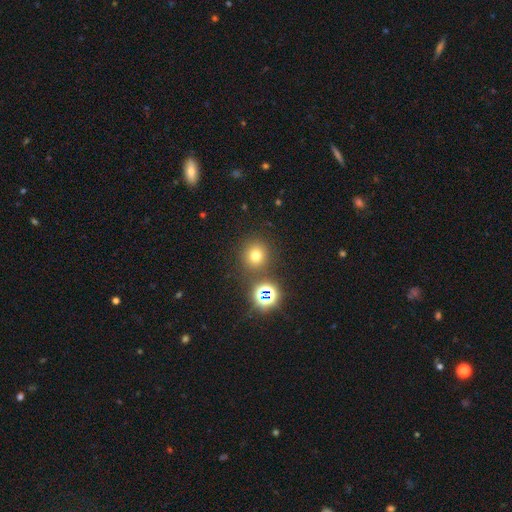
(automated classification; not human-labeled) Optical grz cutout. It shows a smooth galaxy with no disk features (68%) that is round (91%). Merging: none (82%).